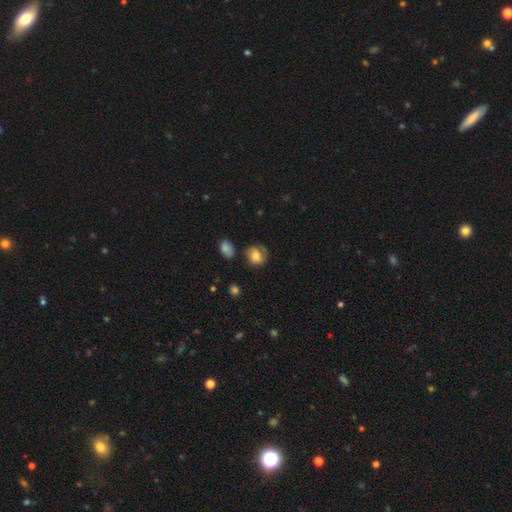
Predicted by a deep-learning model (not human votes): Overall: smooth (67%). How rounded: round (60%; in between 39%). Merging: none (55%; minor disturbance 27%).